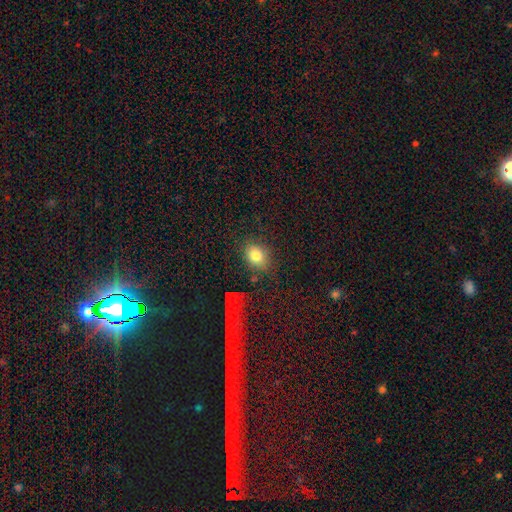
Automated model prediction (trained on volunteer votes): Smooth or featured? Predicted: smooth (p=0.81). How rounded? Predicted: in between (p=0.54). Merging? Predicted: none (p=0.78).